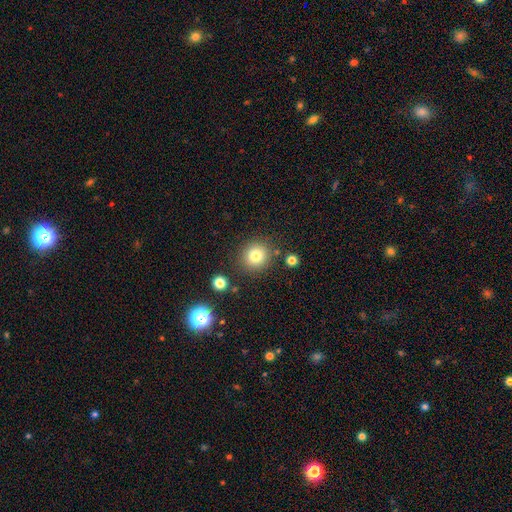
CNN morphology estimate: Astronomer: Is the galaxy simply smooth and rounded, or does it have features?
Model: smooth — 80%.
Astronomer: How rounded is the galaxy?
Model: round — 87%.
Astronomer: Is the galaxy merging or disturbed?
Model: none — 84%.